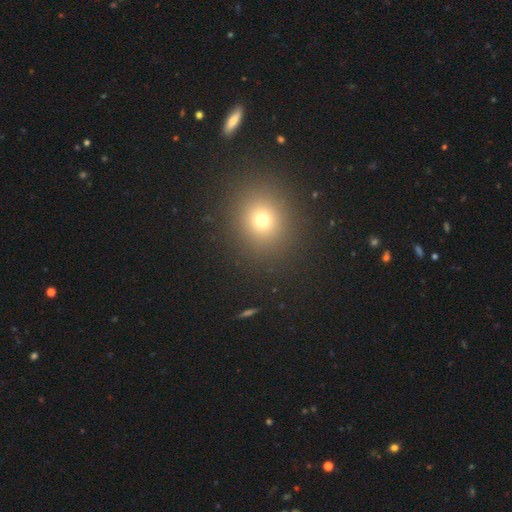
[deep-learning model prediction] The model was most divided on "smooth or featured": smooth: 62%, star or artifact: 31%, featured or disk: 6%. More confident: merging — none (92%); how rounded — round (78%).